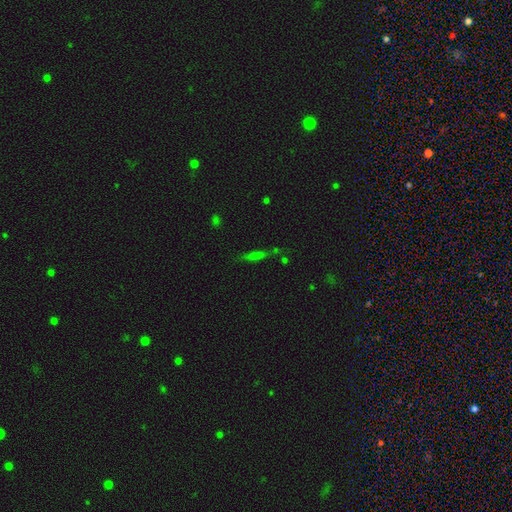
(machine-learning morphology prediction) Smooth or featured?
  - smooth: 57% *
  - featured or disk: 24%
  - star or artifact: 18%
How rounded?
  - cigar-shaped: 81% *
  - in between: 16%
  - round: 3%
Merging?
  - none: 70% *
  - minor disturbance: 17%
  - merger: 7%
  - major disturbance: 6%